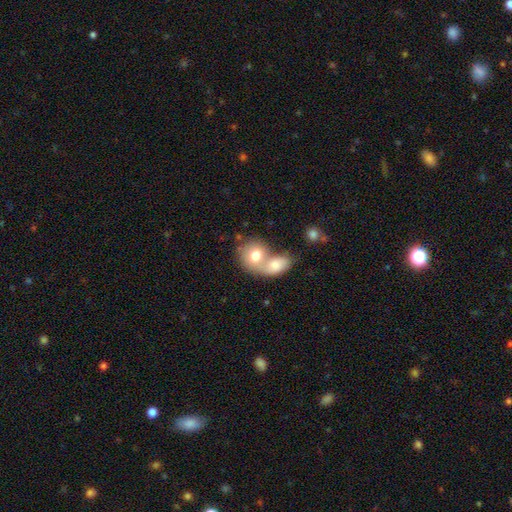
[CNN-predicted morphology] This is likely a smooth galaxy (73%). How rounded: possibly round (58%). Merging: likely merger (70%).